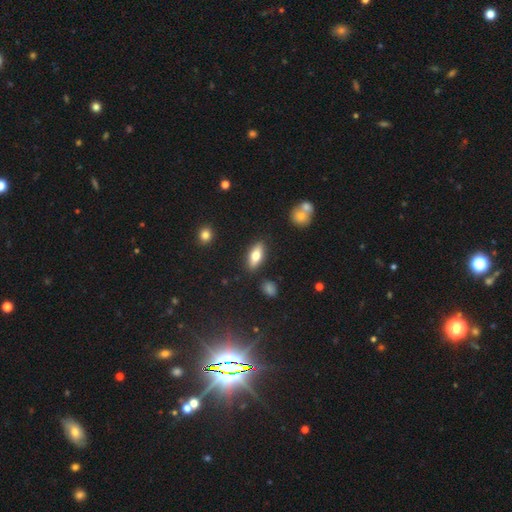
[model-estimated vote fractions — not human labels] A smooth galaxy with no disk features (66%) that is in between round and cigar-shaped (74%).

Vote fractions:
- Smooth or featured? smooth: 66% / featured or disk: 27% / star or artifact: 7%
- How rounded? in between: 74% / cigar-shaped: 23% / round: 3%
- Merging? none: 85% / minor disturbance: 10% / merger: 3% / major disturbance: 2%